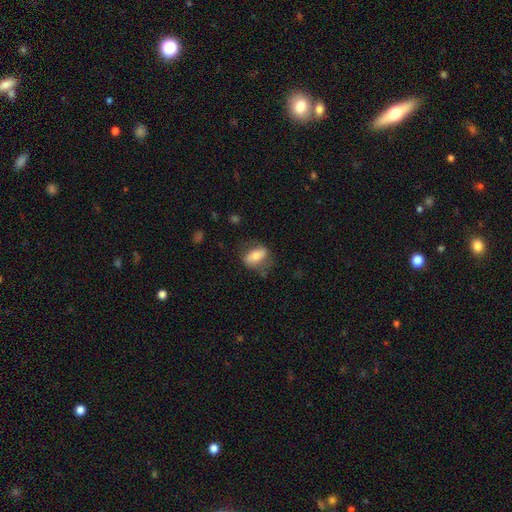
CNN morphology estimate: A smooth galaxy with no disk features (59%) that is in between round and cigar-shaped (82%). Merging: none (64%).